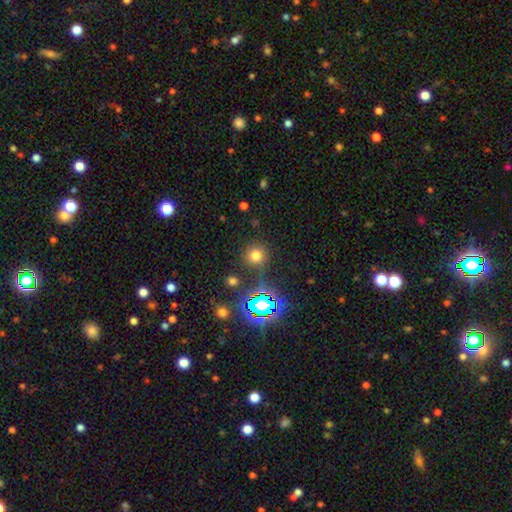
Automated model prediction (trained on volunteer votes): smooth_or_featured: smooth (p=0.68) [alt: star or artifact p=0.24]
how_rounded: round (p=0.92) [alt: in between p=0.07]
merging: none (p=0.82) [alt: minor disturbance p=0.09]